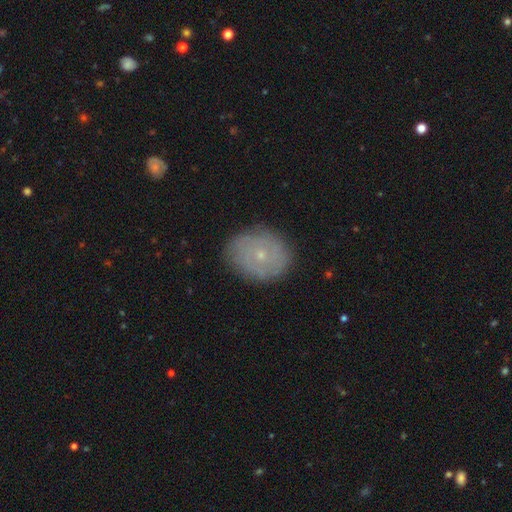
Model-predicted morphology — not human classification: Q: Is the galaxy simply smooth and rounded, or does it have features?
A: smooth — 48%.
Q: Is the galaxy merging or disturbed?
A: none — 84%.